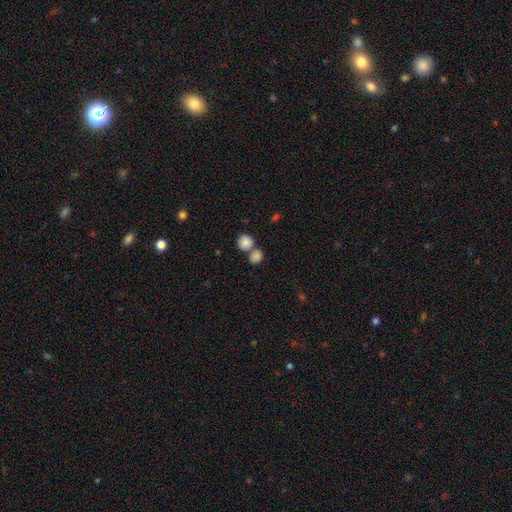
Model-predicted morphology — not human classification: This is clearly a smooth galaxy (84%). How rounded: likely round (67%). Merging: possibly merger (46%).